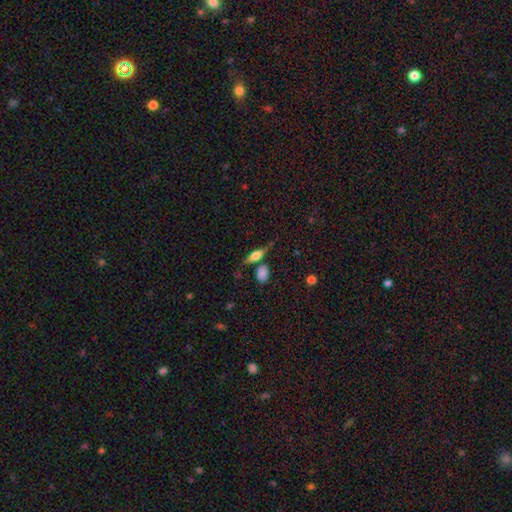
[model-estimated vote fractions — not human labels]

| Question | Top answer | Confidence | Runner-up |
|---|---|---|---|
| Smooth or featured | smooth | 52% | featured or disk (39%) |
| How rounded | in between | 58% | cigar-shaped (36%) |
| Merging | none | 67% | minor disturbance (17%) |